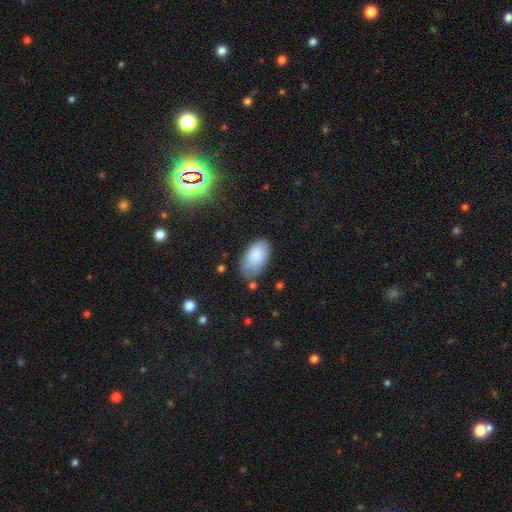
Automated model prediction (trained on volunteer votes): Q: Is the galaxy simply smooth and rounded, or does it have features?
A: smooth — 84%.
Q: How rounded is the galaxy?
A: in between — 95%.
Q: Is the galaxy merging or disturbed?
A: none — 65%.